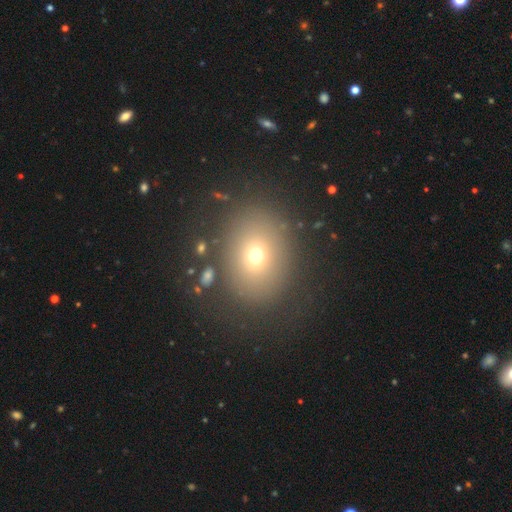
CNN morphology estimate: Smooth or featured?
  - smooth: 65% *
  - star or artifact: 19%
  - featured or disk: 16%
How rounded?
  - round: 54% *
  - in between: 45%
  - cigar-shaped: 1%
Merging?
  - none: 80% *
  - minor disturbance: 11%
  - major disturbance: 7%
  - merger: 3%